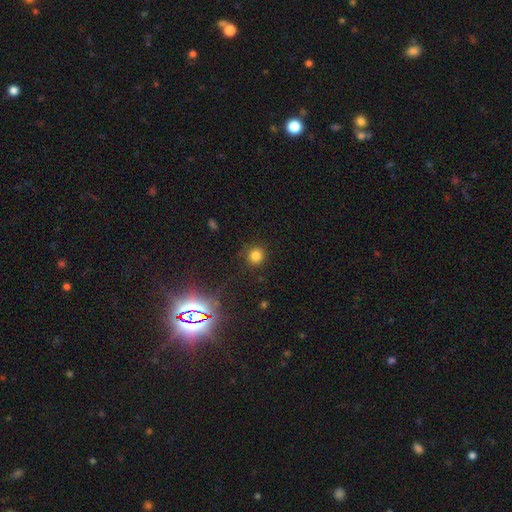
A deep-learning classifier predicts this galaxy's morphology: A smooth galaxy with no disk features (78%) that is round (91%).

Vote fractions:
- Smooth or featured? smooth: 78% / star or artifact: 16% / featured or disk: 5%
- How rounded? round: 91% / in between: 8% / cigar-shaped: 1%
- Merging? none: 87% / minor disturbance: 8% / major disturbance: 3% / merger: 2%